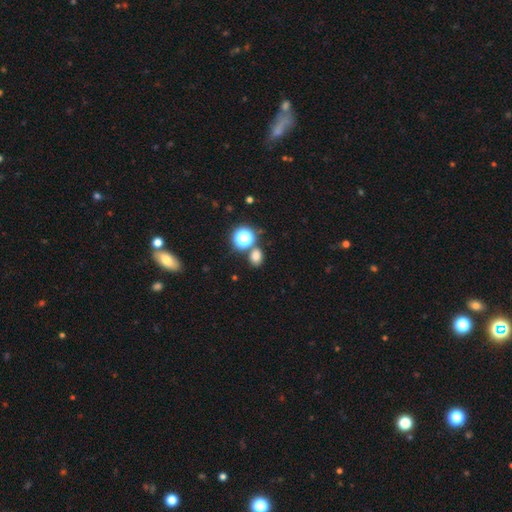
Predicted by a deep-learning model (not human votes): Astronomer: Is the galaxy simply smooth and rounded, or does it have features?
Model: smooth — 74%.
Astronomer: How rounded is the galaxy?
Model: in between — 50% (runner-up: round, 49%).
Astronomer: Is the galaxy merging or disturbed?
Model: none — 73%.